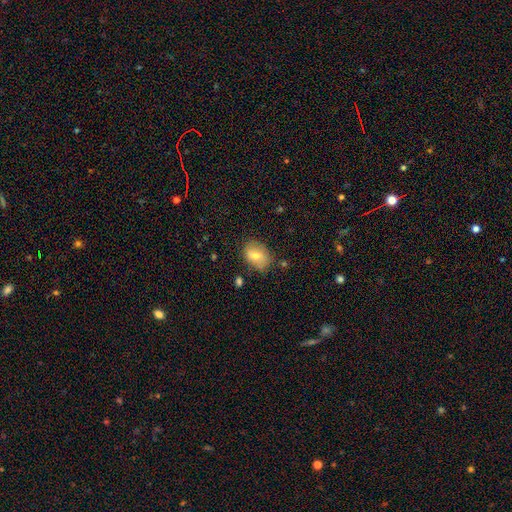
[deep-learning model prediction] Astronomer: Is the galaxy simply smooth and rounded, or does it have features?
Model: smooth — 68%.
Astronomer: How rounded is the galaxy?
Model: in between — 73%.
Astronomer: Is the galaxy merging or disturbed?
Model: none — 75%.